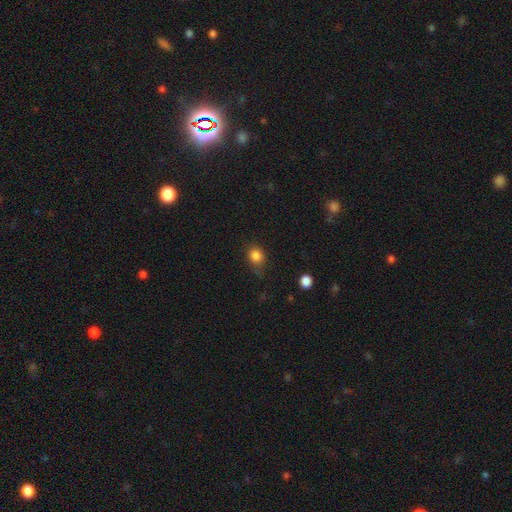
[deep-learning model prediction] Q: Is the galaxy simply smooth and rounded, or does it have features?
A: smooth — 84%.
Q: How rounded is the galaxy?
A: round — 73%.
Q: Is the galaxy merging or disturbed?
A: none — 70%.